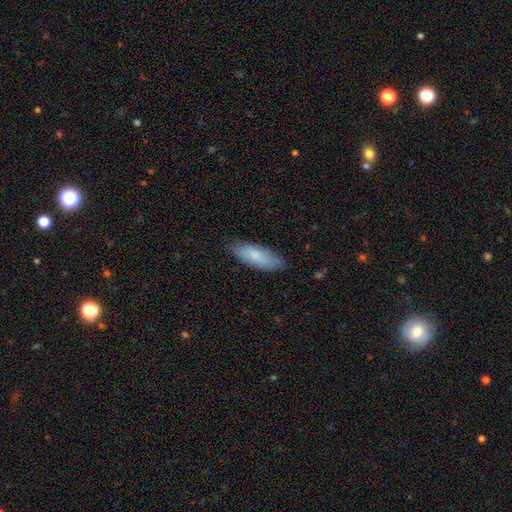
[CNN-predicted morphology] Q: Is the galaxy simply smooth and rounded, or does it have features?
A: smooth — 78%.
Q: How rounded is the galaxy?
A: in between — 67%.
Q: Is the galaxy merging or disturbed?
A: none — 80%.